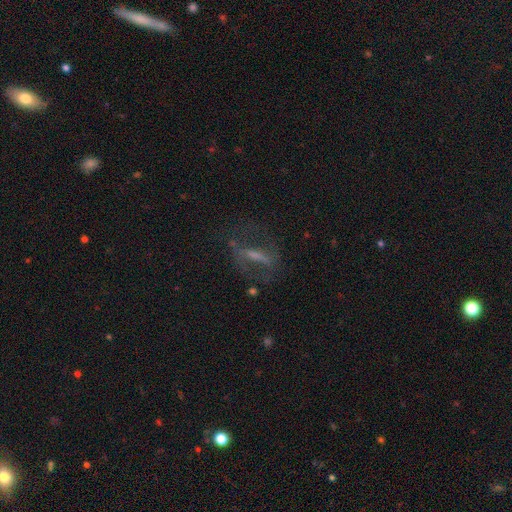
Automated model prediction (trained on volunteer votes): featured or disk 59%, smooth 26%, star or artifact 16%. Down the decision tree: edge-on disk — no (73%); merging — none (61%).